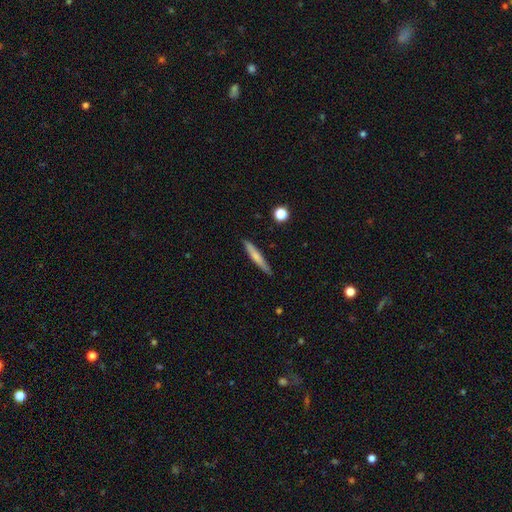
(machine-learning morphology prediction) Smooth or featured? Predicted: smooth (p=0.65). How rounded? Predicted: cigar-shaped (p=0.94). Merging? Predicted: none (p=0.88).